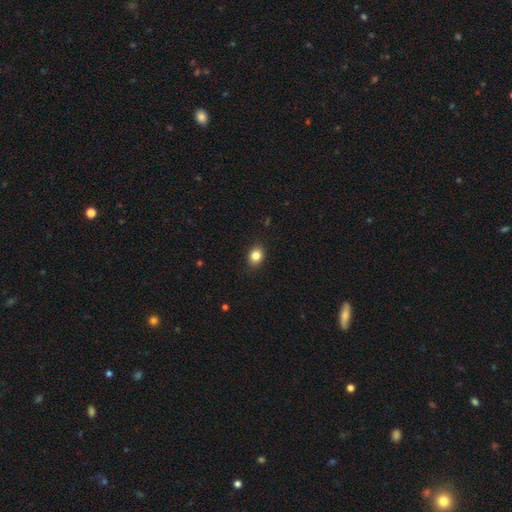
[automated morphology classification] This appears to be a smooth galaxy with no disk features (84%) that is in between round and cigar-shaped (50%). Merging: none (87%).